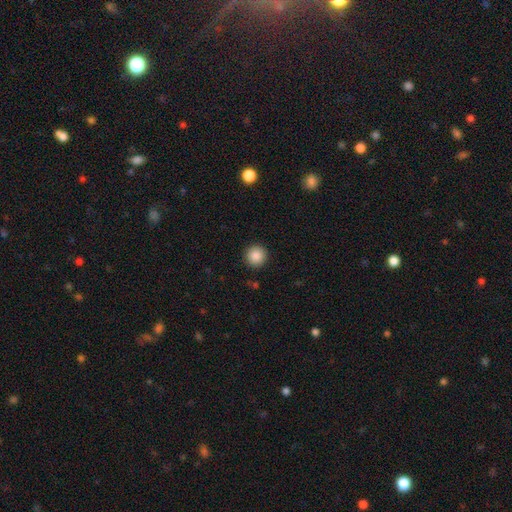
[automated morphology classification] The model was most divided on "smooth or featured": smooth: 87%, star or artifact: 9%, featured or disk: 4%. More confident: how rounded — round (95%); merging — none (92%).